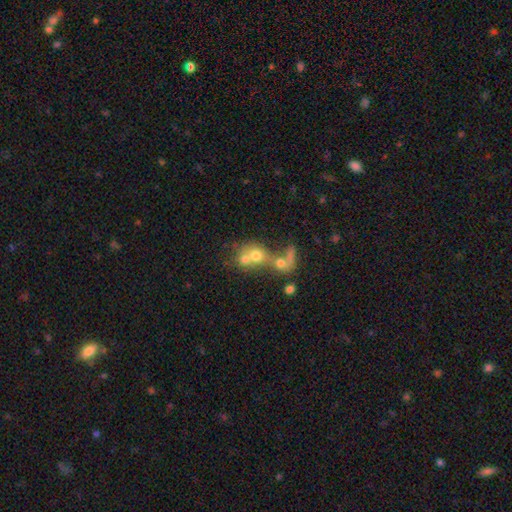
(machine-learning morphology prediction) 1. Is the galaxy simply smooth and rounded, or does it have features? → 59% smooth, 26% featured or disk, 14% star or artifact.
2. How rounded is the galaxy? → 67% round, 30% in between, 2% cigar-shaped.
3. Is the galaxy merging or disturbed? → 67% merger, 20% none, 7% major disturbance, 6% minor disturbance.